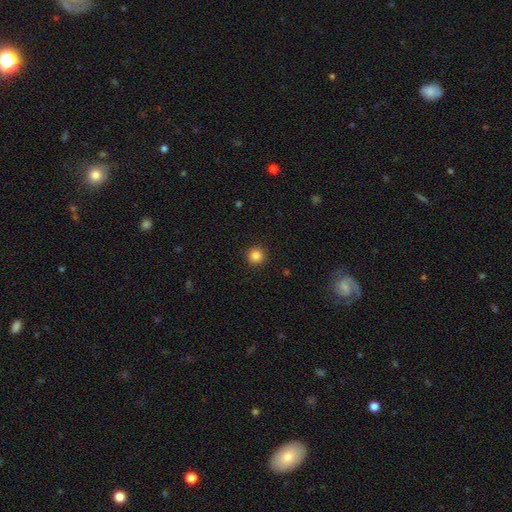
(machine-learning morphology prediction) Q: Smooth or featured?
A: smooth (85%); runner-up: star or artifact (11%)
Q: How rounded?
A: round (95%); runner-up: in between (4%)
Q: Merging?
A: none (92%); runner-up: minor disturbance (5%)